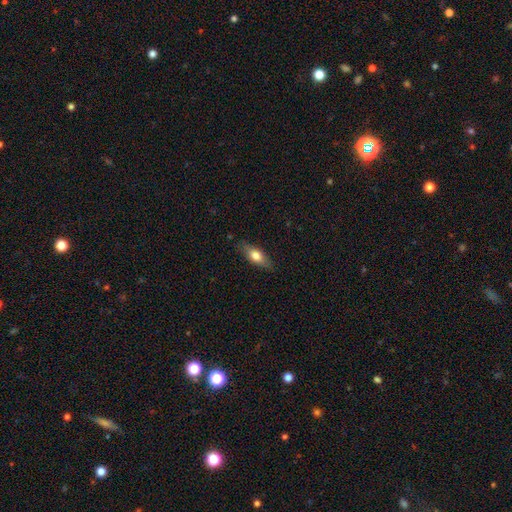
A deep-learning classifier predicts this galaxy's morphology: Overall: smooth (69%). How rounded: in between (70%). Merging: none (81%).